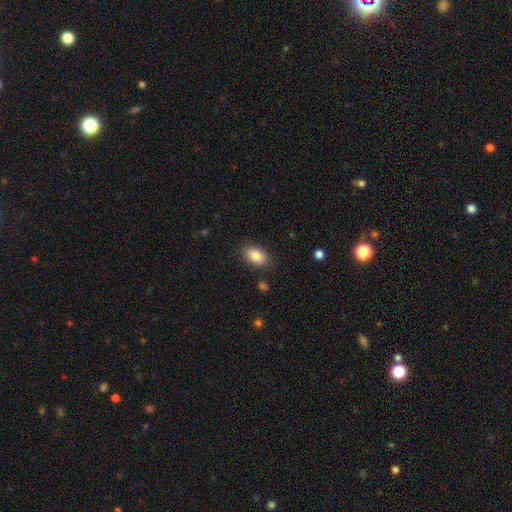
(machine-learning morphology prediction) Smooth or featured? Predicted: smooth (p=0.86). How rounded? Predicted: in between (p=0.91). Merging? Predicted: none (p=0.85).